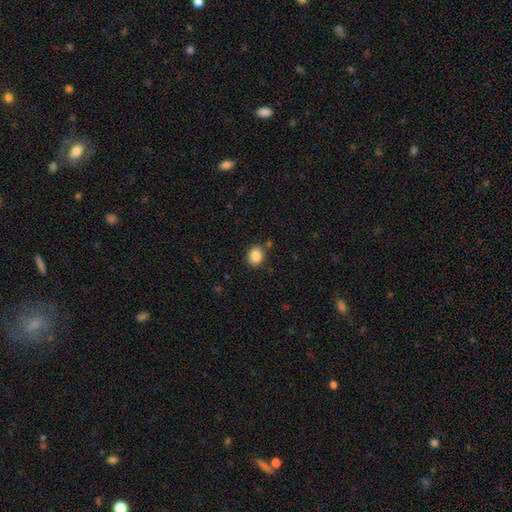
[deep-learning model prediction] This appears to be a smooth galaxy with no disk features (87%) that is in between round and cigar-shaped (53%). Merging: none (81%).